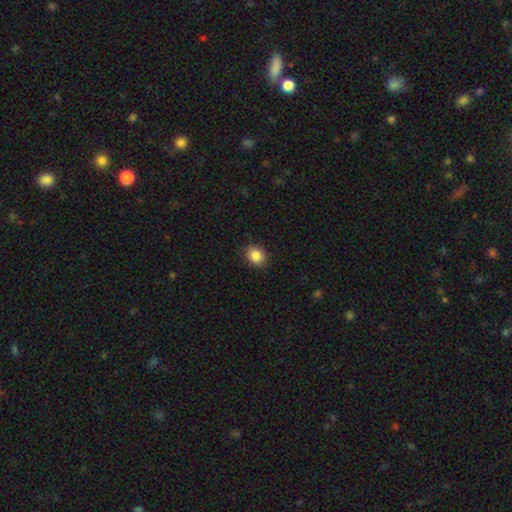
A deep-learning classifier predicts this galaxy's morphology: A smooth galaxy with no disk features (86%) that is round (52%). Merging: none (88%).